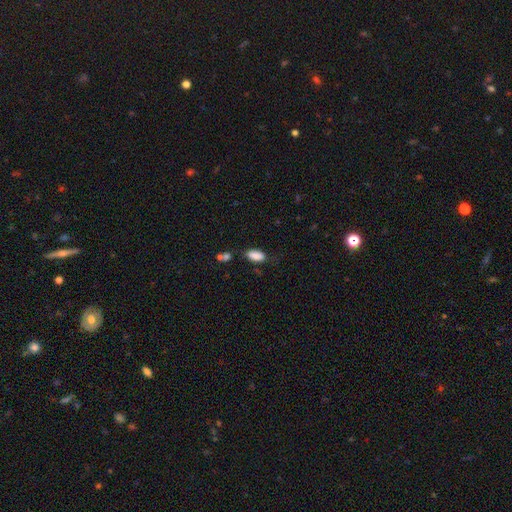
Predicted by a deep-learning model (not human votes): smooth-or-featured: smooth: 87% | star or artifact: 8% | featured or disk: 5%
  how-rounded: in between: 88% | cigar-shaped: 9% | round: 3%
  merging: none: 68% | minor disturbance: 21% | major disturbance: 6% | merger: 5%